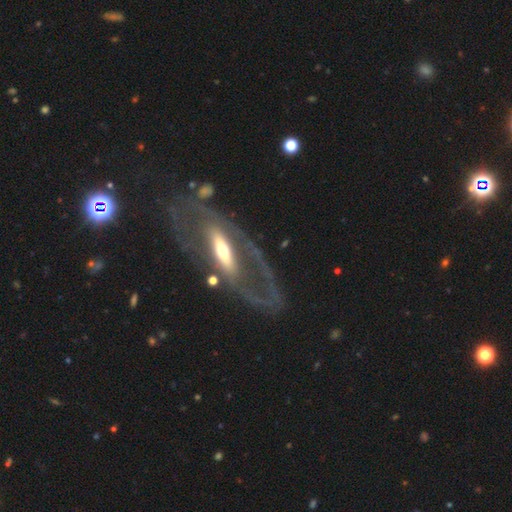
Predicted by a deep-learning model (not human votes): A featured or disk galaxy (83%) with a strong bar (39%), spiral arms (67%) and a moderate central bulge (56%).

Vote fractions:
- Smooth or featured? featured or disk: 83% / smooth: 11% / star or artifact: 6%
- Edge-on disk? no: 82% / yes: 18%
- Bar? strong: 39% / weak: 33% / no: 28%
- Spiral arms? yes: 67% / no: 33%
- Bulge size? moderate: 56% / small: 30% / large: 10% / none: 2% / dominant: 2%
- Merging? none: 64% / major disturbance: 17% / minor disturbance: 17% / merger: 3%